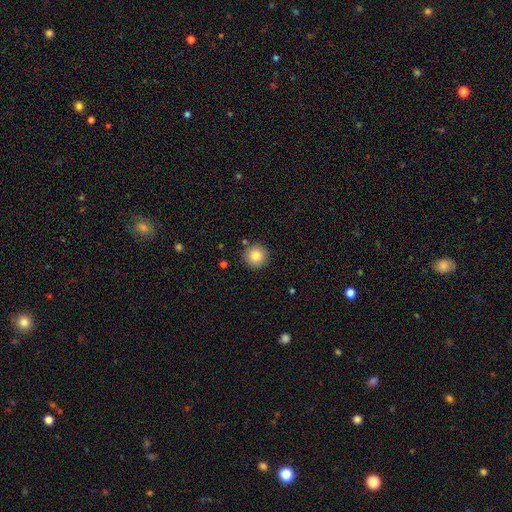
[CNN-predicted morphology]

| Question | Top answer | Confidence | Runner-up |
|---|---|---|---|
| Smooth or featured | smooth | 84% | star or artifact (9%) |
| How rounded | round | 95% | in between (4%) |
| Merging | none | 88% | minor disturbance (7%) |